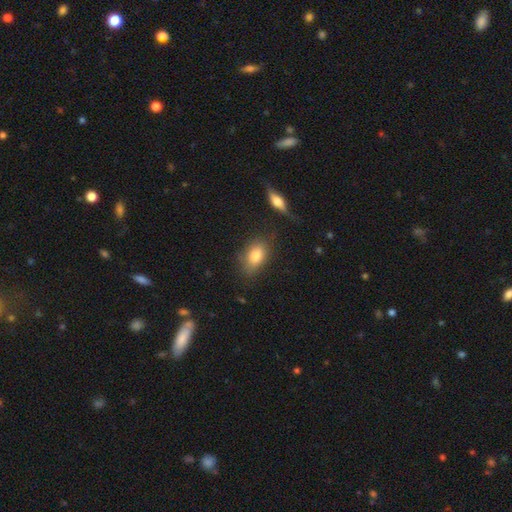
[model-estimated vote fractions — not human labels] This is clearly a smooth galaxy (80%). How rounded: clearly in between (83%). Merging: likely none (74%).